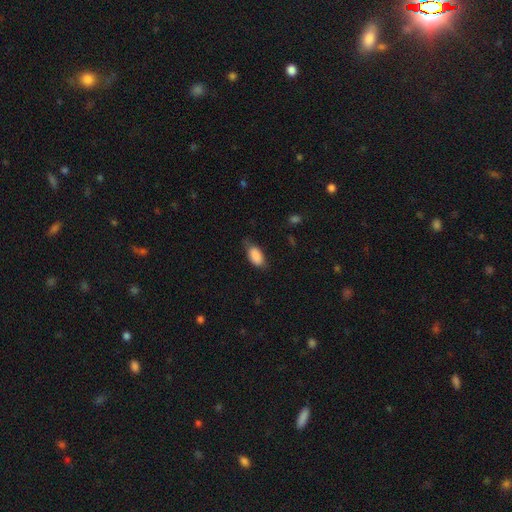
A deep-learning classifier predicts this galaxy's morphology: A smooth galaxy with no disk features (88%) that is in between round and cigar-shaped (92%). Merging: none (57%).